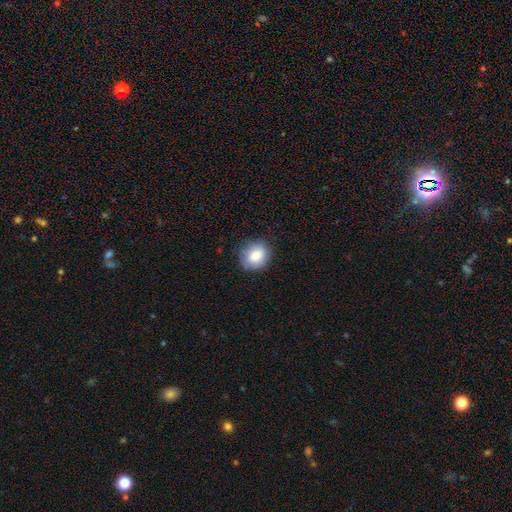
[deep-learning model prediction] Smooth or featured: smooth — 81% (featured or disk — 10%)
How rounded: round — 77% (in between — 22%)
Merging: none — 79% (minor disturbance — 16%)